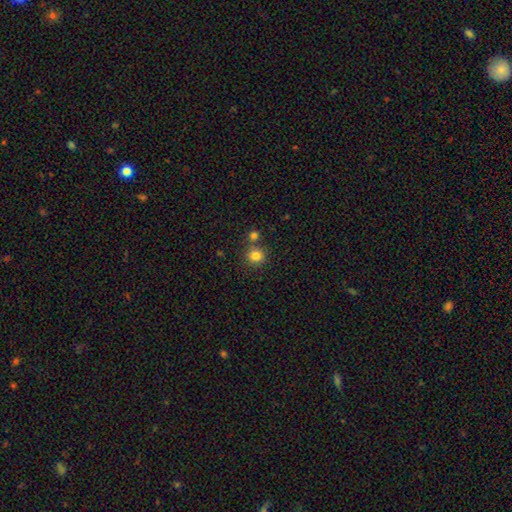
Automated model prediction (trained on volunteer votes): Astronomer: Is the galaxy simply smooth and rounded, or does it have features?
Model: smooth — 81%.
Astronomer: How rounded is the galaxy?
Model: round — 89%.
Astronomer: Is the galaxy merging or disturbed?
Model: none — 71%.